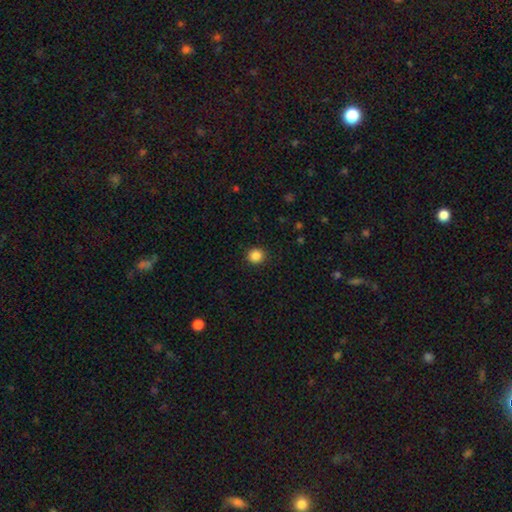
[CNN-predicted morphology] Smooth or featured: smooth — 87% (star or artifact — 10%)
How rounded: round — 91% (in between — 8%)
Merging: none — 92% (minor disturbance — 5%)